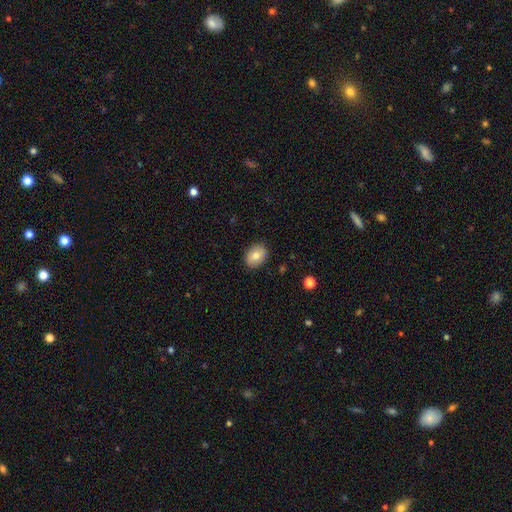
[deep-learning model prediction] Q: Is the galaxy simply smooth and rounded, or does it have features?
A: smooth — 80%.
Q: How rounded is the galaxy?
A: in between — 69%.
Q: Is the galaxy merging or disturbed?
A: none — 88%.